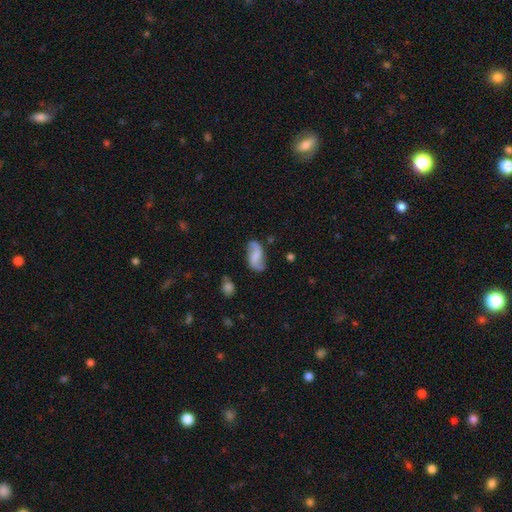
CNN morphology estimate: A featured or disk galaxy (62%) with a weak bar (44%), 2 (90%) loose (66%) spiral arms (92%) and no central bulge (38%).

Vote fractions:
- Smooth or featured? featured or disk: 62% / smooth: 31% / star or artifact: 7%
- Edge-on disk? no: 96% / yes: 4%
- Bar? weak: 44% / no: 39% / strong: 17%
- Spiral arms? yes: 92% / no: 8%
- Spiral winding? loose: 66% / medium: 25% / tight: 8%
- Spiral arm count? 2: 90% / can't tell: 4% / 1: 2% / 3: 1% / 4: 1% / more than 4: 1%
- Bulge size? none: 38% / small: 29% / moderate: 24% / large: 7% / dominant: 2%
- Merging? none: 72% / minor disturbance: 19% / major disturbance: 6% / merger: 3%